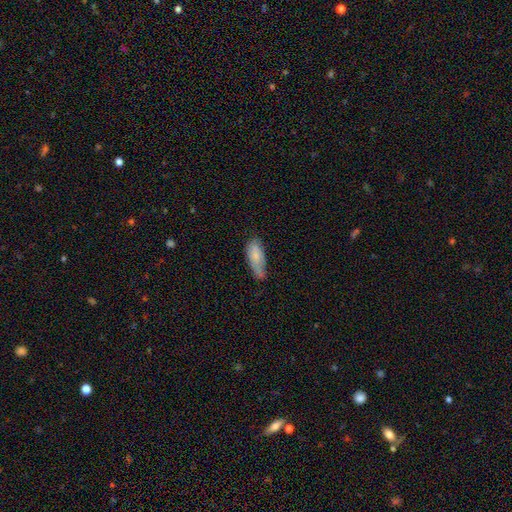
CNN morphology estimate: Smooth or featured?
  - smooth: 74% *
  - featured or disk: 20%
  - star or artifact: 6%
How rounded?
  - in between: 77% *
  - cigar-shaped: 21%
  - round: 2%
Merging?
  - none: 51% *
  - minor disturbance: 37%
  - major disturbance: 9%
  - merger: 3%